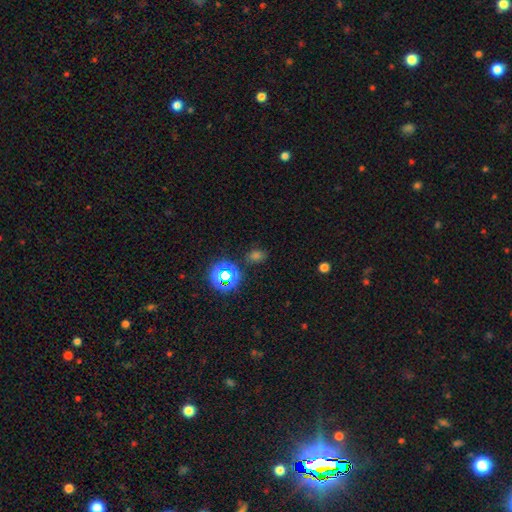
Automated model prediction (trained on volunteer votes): Morphology: type=smooth (51%); roundness=round (51%); merging=none (80%).